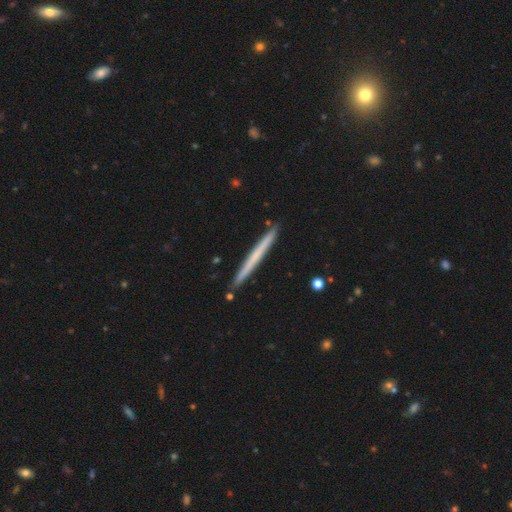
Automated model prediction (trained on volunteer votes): smooth 52%, featured or disk 42%, star or artifact 6%. Down the decision tree: how rounded — cigar-shaped (98%); merging — none (90%).